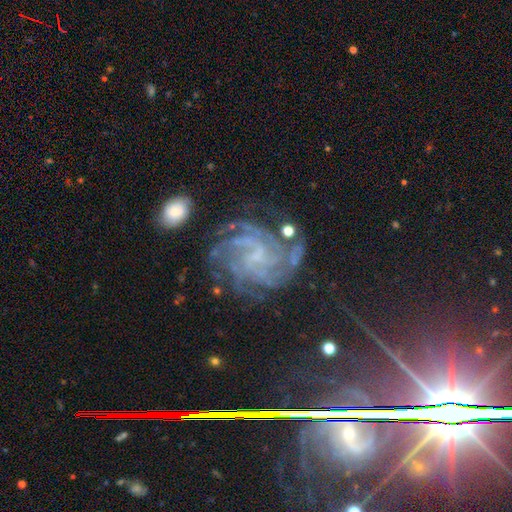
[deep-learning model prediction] Smooth or featured: featured or disk — 80% (star or artifact — 13%)
Edge-on disk: no — 97% (yes — 3%)
Bar: no — 53% (weak — 36%)
Spiral arms: yes — 97% (no — 3%)
Spiral winding: tight — 61% (medium — 33%)
Spiral arm count: 4 — 25% (can't tell — 22%)
Bulge size: small — 67% (none — 16%)
Merging: none — 72% (minor disturbance — 17%)